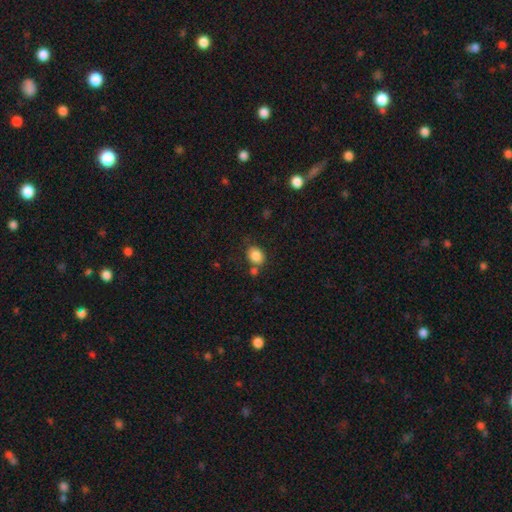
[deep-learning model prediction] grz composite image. It shows a smooth galaxy with no disk features (86%) that is in between round and cigar-shaped (50%). Merging: none (65%).